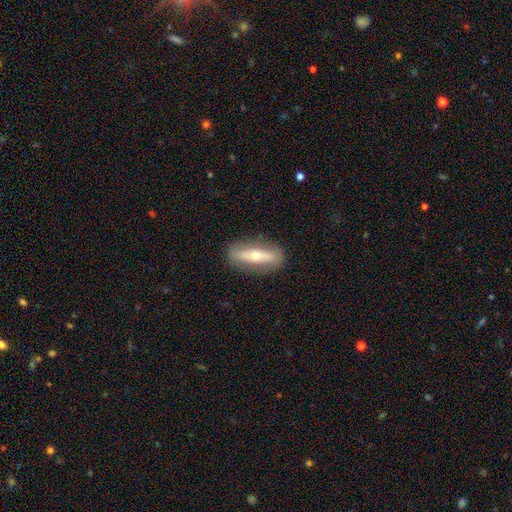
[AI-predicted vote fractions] This appears to be a featured or disk galaxy (58%) viewed edge-on (53%). Merging: none (85%).